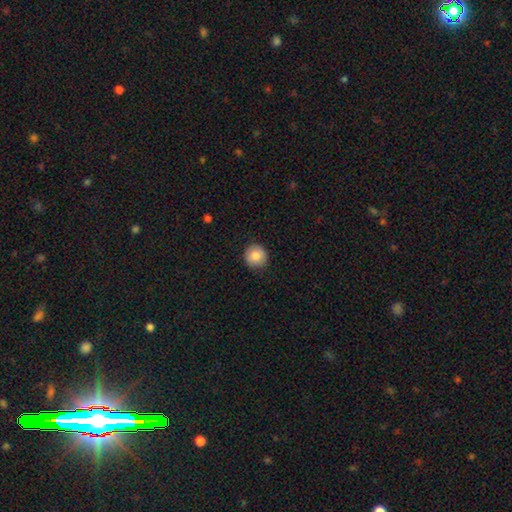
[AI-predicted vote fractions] Smooth or featured: smooth — 84% (star or artifact — 8%)
How rounded: round — 94% (in between — 5%)
Merging: none — 91% (minor disturbance — 6%)